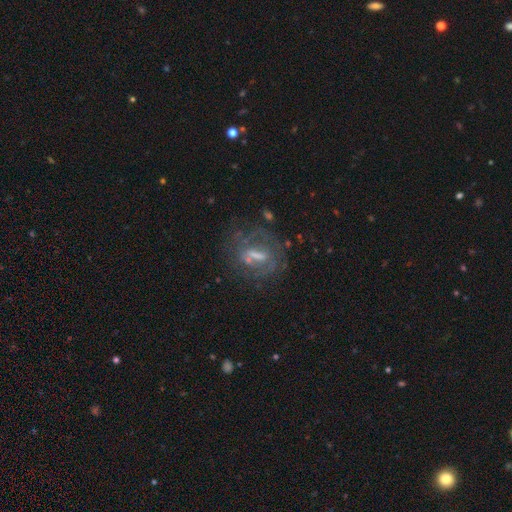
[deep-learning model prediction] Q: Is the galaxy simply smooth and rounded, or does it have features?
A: featured or disk — 66%.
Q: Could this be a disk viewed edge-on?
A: no — 87%.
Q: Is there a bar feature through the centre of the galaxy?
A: strong — 46%.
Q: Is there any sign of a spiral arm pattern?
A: yes — 50%, tied with no.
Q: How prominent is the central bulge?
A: moderate — 36%.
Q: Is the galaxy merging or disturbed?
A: none — 59%.